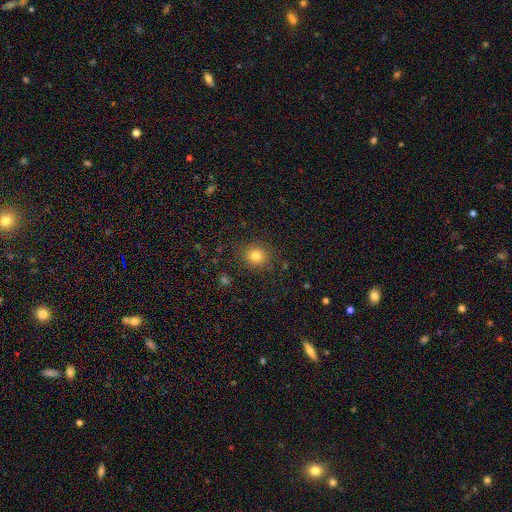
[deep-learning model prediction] A smooth galaxy with no disk features (81%) that is round (85%).

Vote fractions:
- Smooth or featured? smooth: 81% / star or artifact: 13% / featured or disk: 6%
- How rounded? round: 85% / in between: 14% / cigar-shaped: 1%
- Merging? none: 87% / minor disturbance: 8% / major disturbance: 3% / merger: 1%